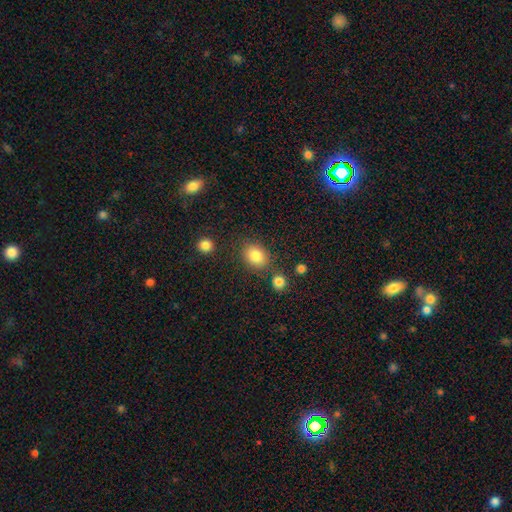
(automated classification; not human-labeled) Morphology: type=smooth (84%); roundness=in between (53%); merging=none (77%).